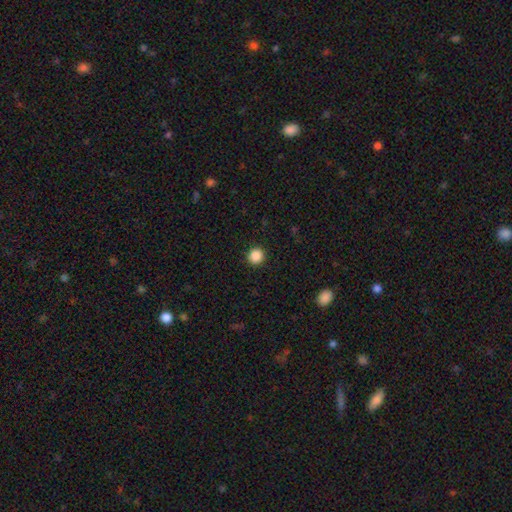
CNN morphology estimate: smooth_or_featured: smooth (p=0.88) [alt: star or artifact p=0.10]
how_rounded: round (p=0.93) [alt: in between p=0.06]
merging: none (p=0.92) [alt: minor disturbance p=0.05]